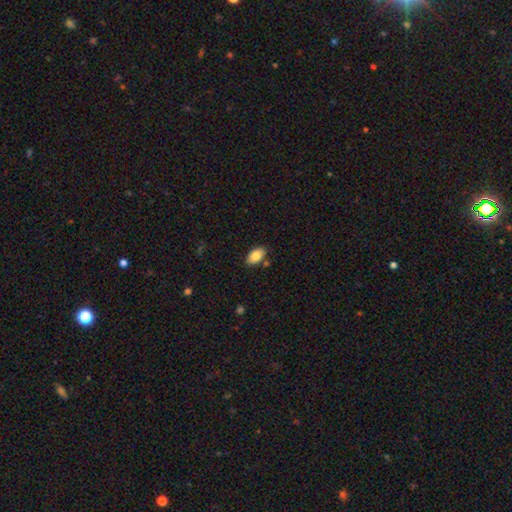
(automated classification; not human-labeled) smooth-or-featured: smooth: 84% | featured or disk: 9% | star or artifact: 7%
  how-rounded: in between: 94% | round: 4% | cigar-shaped: 2%
  merging: none: 81% | minor disturbance: 11% | merger: 5% | major disturbance: 2%